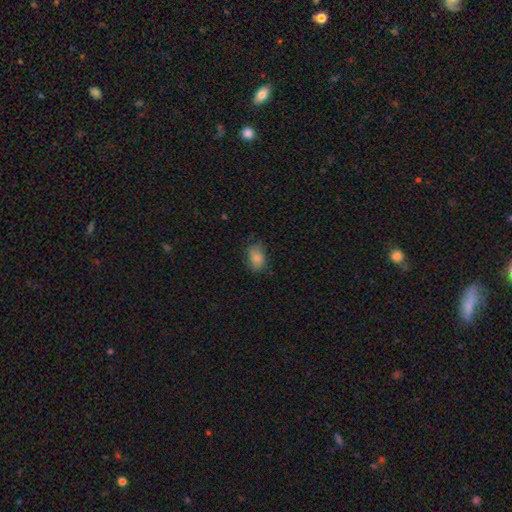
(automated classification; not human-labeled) This appears to be a smooth galaxy with no disk features (77%) that is in between round and cigar-shaped (78%). Merging: none (73%).